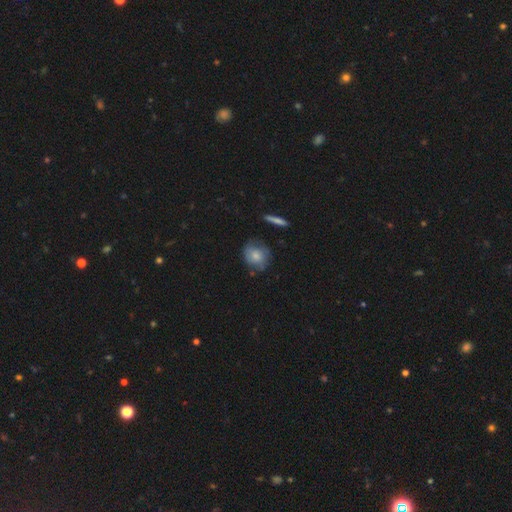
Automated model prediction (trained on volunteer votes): Smooth or featured?
  - smooth: 67% *
  - featured or disk: 26%
  - star or artifact: 8%
How rounded?
  - round: 70% *
  - in between: 28%
  - cigar-shaped: 2%
Merging?
  - none: 63% *
  - minor disturbance: 26%
  - major disturbance: 8%
  - merger: 3%